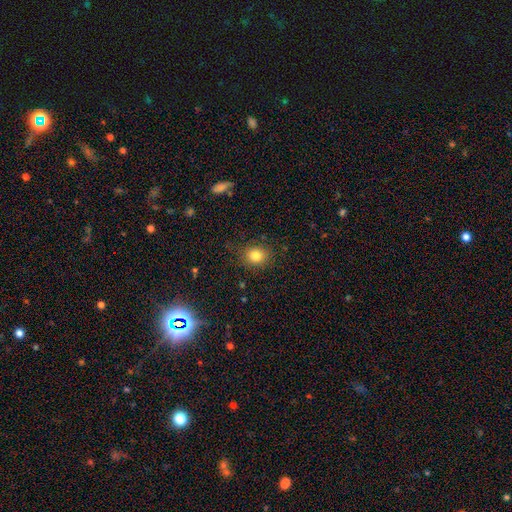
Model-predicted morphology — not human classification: Smooth or featured? Predicted: smooth (p=0.81). How rounded? Predicted: round (p=0.71). Merging? Predicted: none (p=0.83).